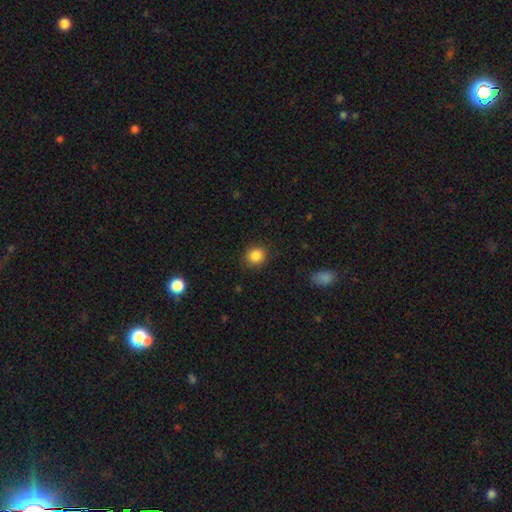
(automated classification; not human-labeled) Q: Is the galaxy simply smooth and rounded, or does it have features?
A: smooth — 86%.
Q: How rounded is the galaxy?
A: round — 85%.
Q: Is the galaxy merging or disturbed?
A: none — 88%.